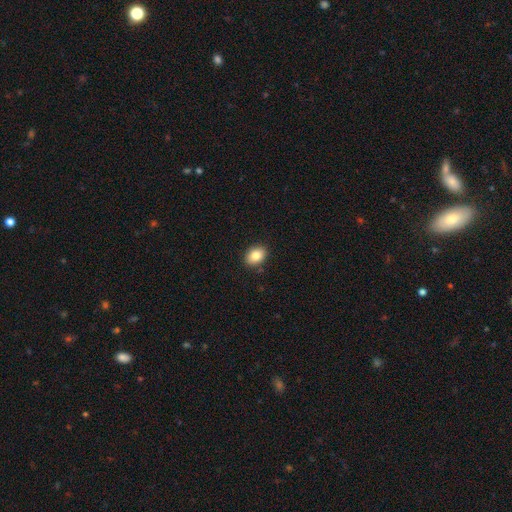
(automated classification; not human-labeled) Smooth or featured?
  - smooth: 84% *
  - star or artifact: 8%
  - featured or disk: 7%
How rounded?
  - in between: 70% *
  - round: 29%
  - cigar-shaped: 1%
Merging?
  - none: 89% *
  - minor disturbance: 8%
  - major disturbance: 2%
  - merger: 1%